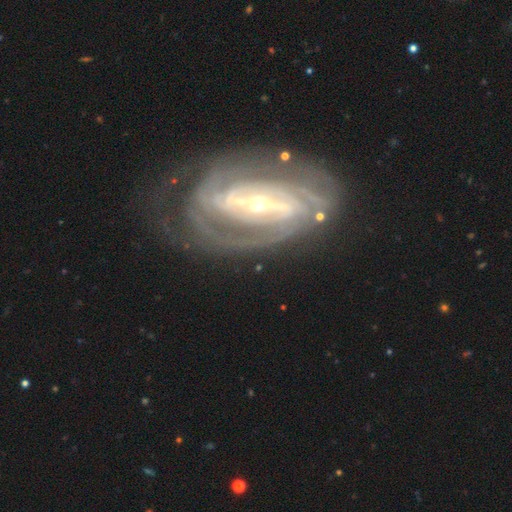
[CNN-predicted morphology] Overall: featured or disk (88%). Edge-on disk: no (93%). Bar: strong (64%; weak 24%). Spiral arms: yes (94%). Spiral arm count: 2 (40%; can't tell 27%). Spiral winding: tight (65%; medium 28%). Bulge size: small (59%; moderate 36%). Merging: none (67%).